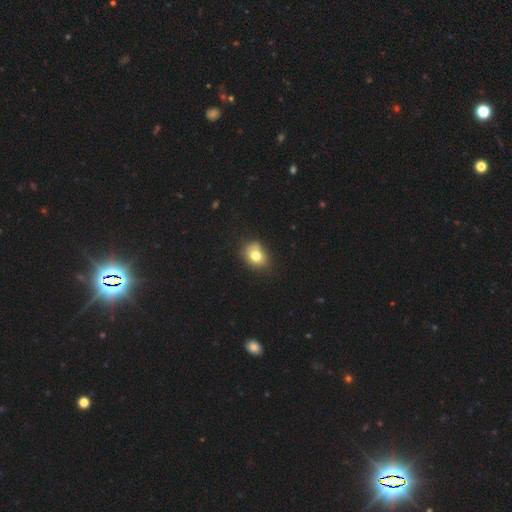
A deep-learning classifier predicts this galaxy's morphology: smooth_or_featured: smooth (p=0.77) [alt: featured or disk p=0.12]
how_rounded: in between (p=0.56) [alt: round p=0.43]
merging: none (p=0.70) [alt: minor disturbance p=0.23]